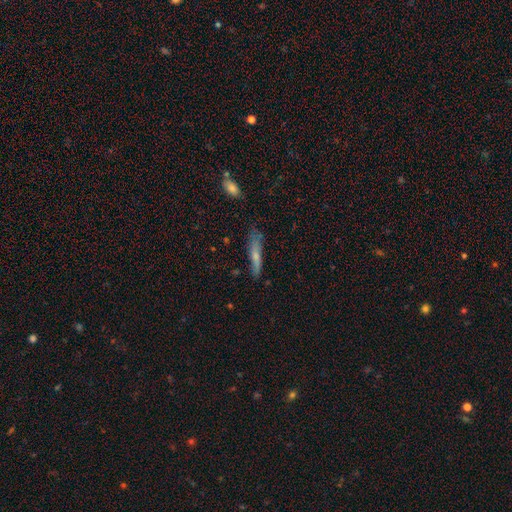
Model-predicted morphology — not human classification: This appears to be a smooth galaxy with no disk features (59%) that is cigar-shaped (86%). Merging: none (64%).